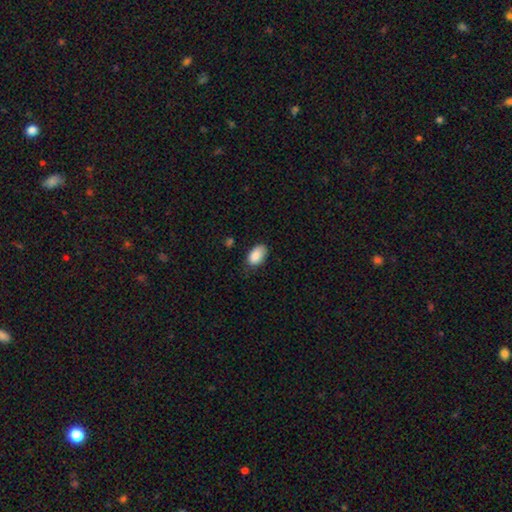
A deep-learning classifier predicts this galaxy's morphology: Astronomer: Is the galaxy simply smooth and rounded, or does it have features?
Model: smooth — 87%.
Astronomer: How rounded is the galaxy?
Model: in between — 92%.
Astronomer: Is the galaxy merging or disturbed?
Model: none — 71%.